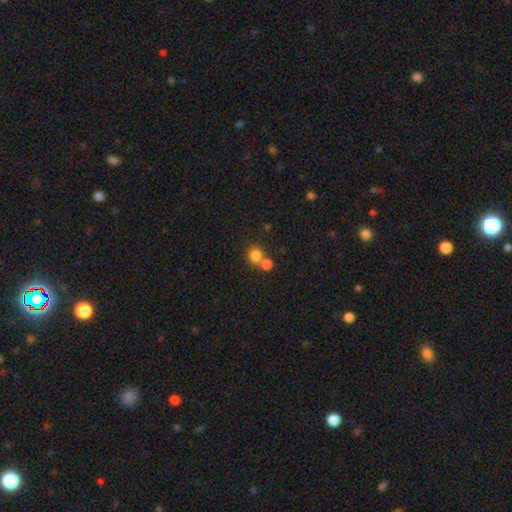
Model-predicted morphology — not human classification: Overall: smooth (81%). How rounded: round (87%). Merging: none (50%; merger 41%).